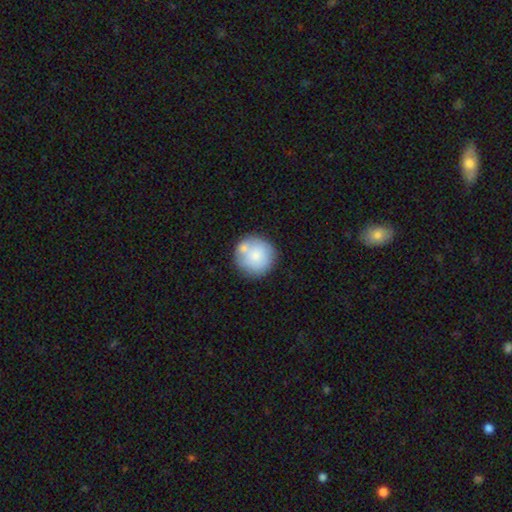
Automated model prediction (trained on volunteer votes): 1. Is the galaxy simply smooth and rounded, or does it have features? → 76% smooth, 17% featured or disk, 7% star or artifact.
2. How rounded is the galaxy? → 94% round, 5% in between, 1% cigar-shaped.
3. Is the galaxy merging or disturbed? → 69% none, 14% merger, 13% minor disturbance, 4% major disturbance.